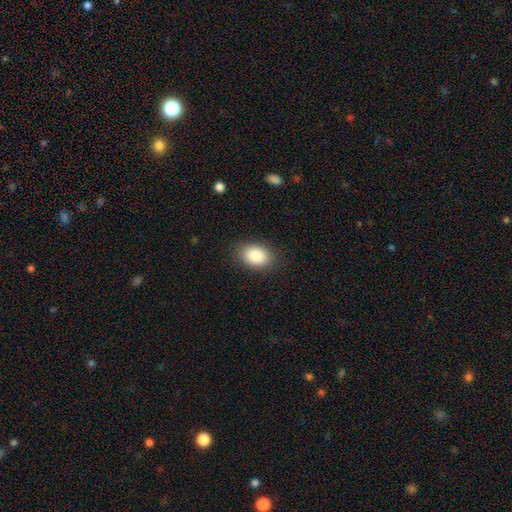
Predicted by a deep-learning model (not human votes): A smooth galaxy with no disk features (87%) that is in between round and cigar-shaped (85%). Merging: none (87%).